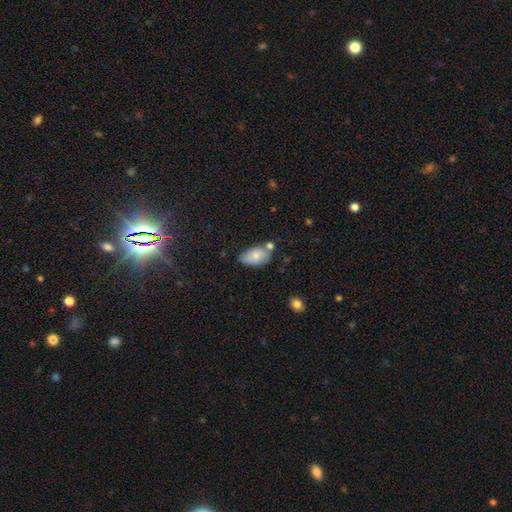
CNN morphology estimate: A smooth galaxy with no disk features (76%) that is in between round and cigar-shaped (93%). Merging: none (55%).